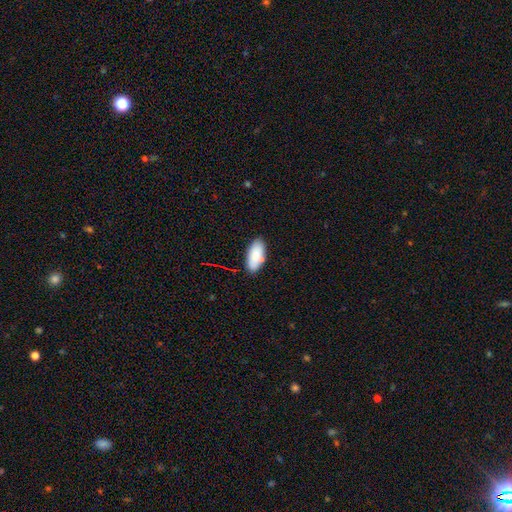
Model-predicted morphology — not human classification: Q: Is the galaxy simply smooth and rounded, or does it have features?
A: smooth — 86%.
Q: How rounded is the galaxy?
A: in between — 88%.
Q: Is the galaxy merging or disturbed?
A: none — 78%.